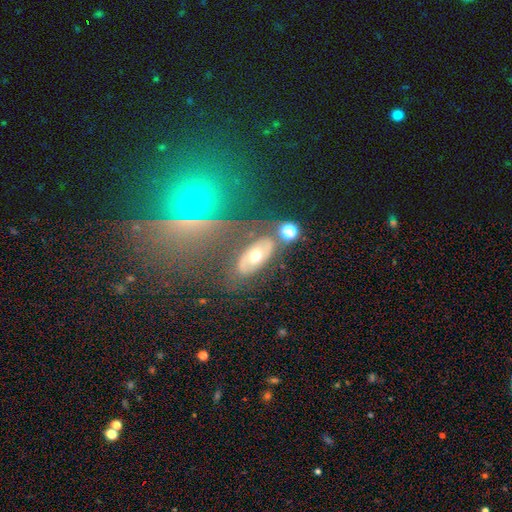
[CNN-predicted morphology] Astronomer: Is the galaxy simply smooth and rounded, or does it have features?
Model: featured or disk — 55% (runner-up: smooth, 35%).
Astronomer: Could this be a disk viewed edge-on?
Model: no — 86%.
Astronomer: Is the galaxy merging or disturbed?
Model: none — 68%.